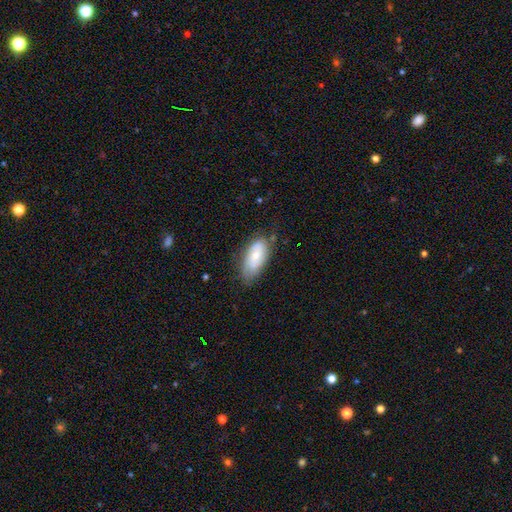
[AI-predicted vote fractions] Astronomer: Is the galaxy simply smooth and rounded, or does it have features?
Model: smooth — 58% (runner-up: featured or disk, 35%).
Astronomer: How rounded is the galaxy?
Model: in between — 89%.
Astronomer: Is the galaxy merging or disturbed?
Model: none — 60%.